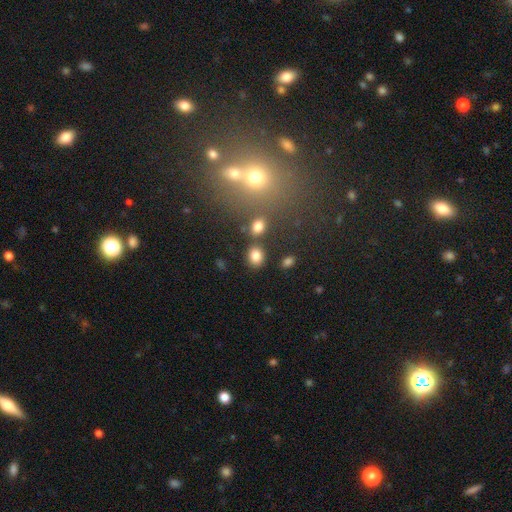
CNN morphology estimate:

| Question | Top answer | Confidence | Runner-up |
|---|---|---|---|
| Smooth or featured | smooth | 82% | star or artifact (12%) |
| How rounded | round | 54% | in between (44%) |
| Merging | none | 75% | merger (10%) |